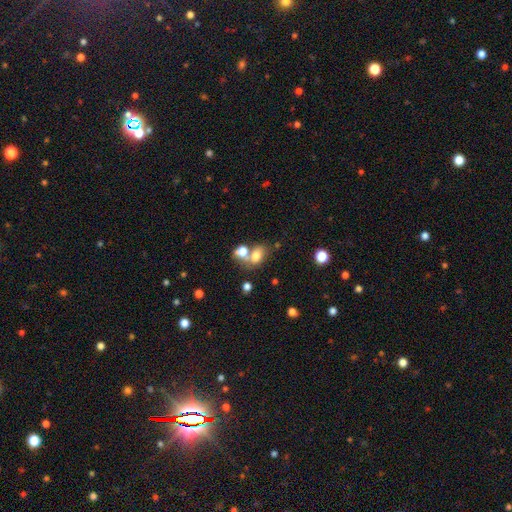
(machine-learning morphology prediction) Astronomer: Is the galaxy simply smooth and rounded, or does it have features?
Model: smooth — 72%.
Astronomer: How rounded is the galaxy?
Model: in between — 70%.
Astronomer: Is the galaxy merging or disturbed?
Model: merger — 50% (runner-up: none, 33%).